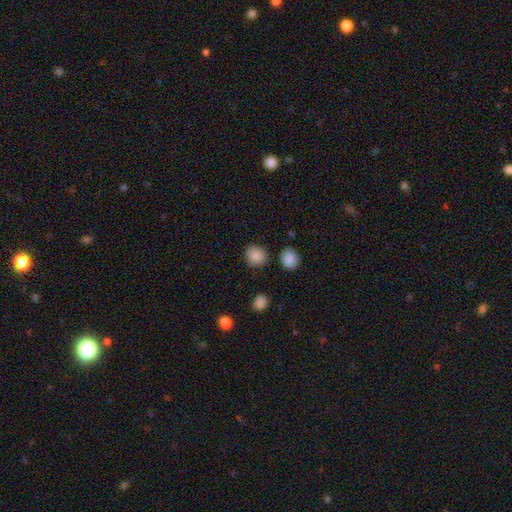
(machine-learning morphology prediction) Smooth or featured: smooth — 86% (star or artifact — 9%)
How rounded: round — 85% (in between — 14%)
Merging: none — 85% (minor disturbance — 9%)